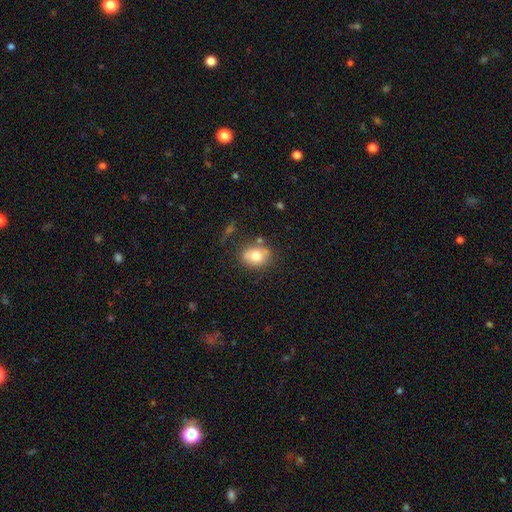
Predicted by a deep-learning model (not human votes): Smooth or featured?
  - smooth: 76% *
  - featured or disk: 15%
  - star or artifact: 9%
How rounded?
  - in between: 56% *
  - round: 43%
  - cigar-shaped: 1%
Merging?
  - none: 70% *
  - minor disturbance: 18%
  - merger: 8%
  - major disturbance: 5%